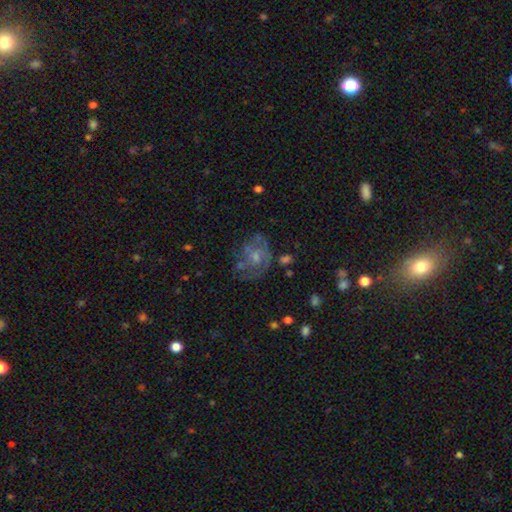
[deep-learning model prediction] Morphology: type=featured or disk (61%); edge-on=no (98%); bar=no (74%); spiral arms=yes (62%); bulge=small (49%); merging=none (46%).